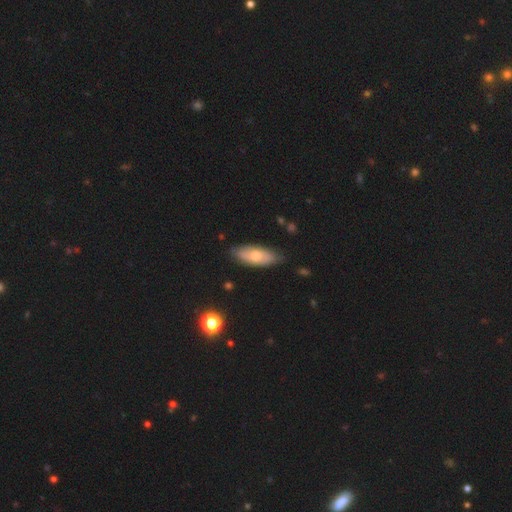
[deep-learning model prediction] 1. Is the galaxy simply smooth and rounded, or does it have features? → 57% smooth, 37% featured or disk, 6% star or artifact.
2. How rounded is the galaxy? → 83% in between, 15% cigar-shaped, 3% round.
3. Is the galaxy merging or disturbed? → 81% none, 15% minor disturbance, 2% major disturbance, 1% merger.